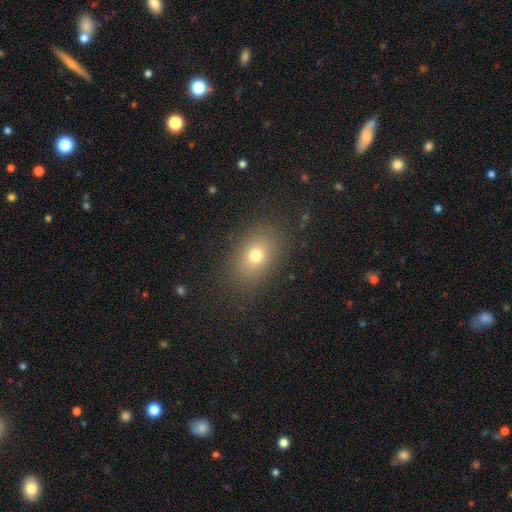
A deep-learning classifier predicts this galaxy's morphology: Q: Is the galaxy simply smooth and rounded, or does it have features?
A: smooth — 73%.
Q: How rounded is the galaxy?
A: in between — 75%.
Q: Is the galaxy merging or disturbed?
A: none — 86%.